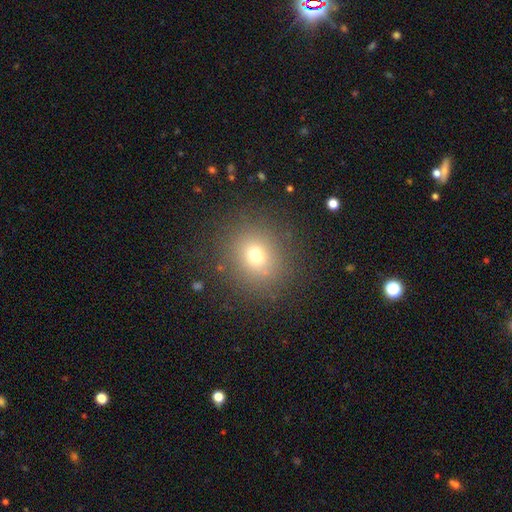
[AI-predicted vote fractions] smooth_or_featured: smooth (p=0.70) [alt: star or artifact p=0.19]
how_rounded: round (p=0.80) [alt: in between p=0.19]
merging: none (p=0.85) [alt: minor disturbance p=0.09]